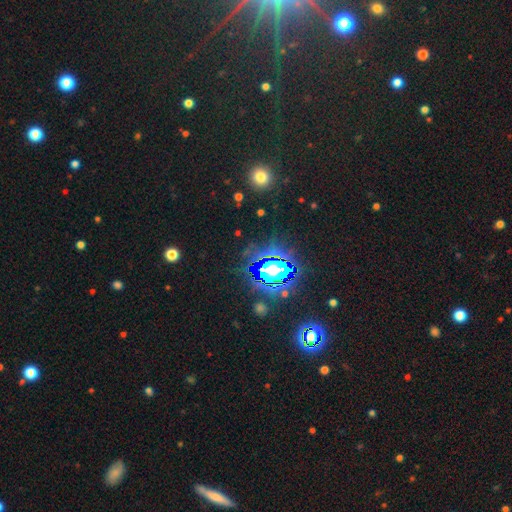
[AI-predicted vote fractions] A star or artifact, not a galaxy (77%).

Vote fractions:
- Smooth or featured? star or artifact: 77% / smooth: 15% / featured or disk: 8%